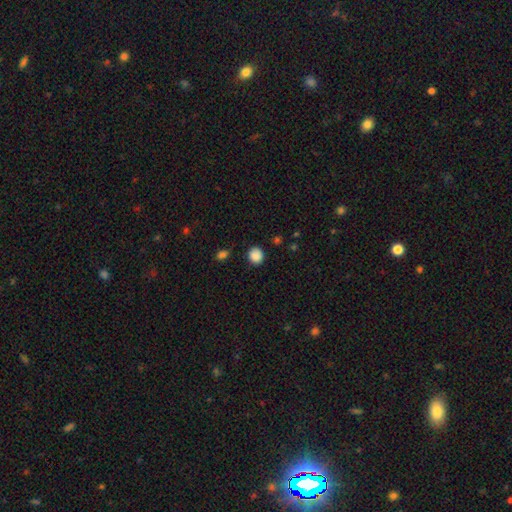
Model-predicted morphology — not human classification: type=smooth (87%); roundness=round (81%); merging=none (83%).